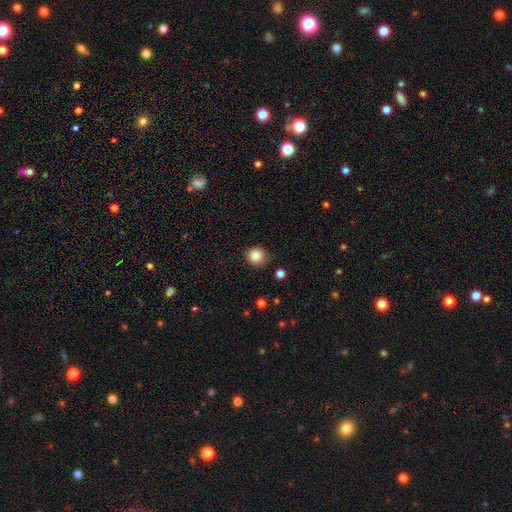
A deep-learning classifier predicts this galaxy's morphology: Smooth or featured? smooth (86%)
How rounded? round (92%)
Merging? none (87%)